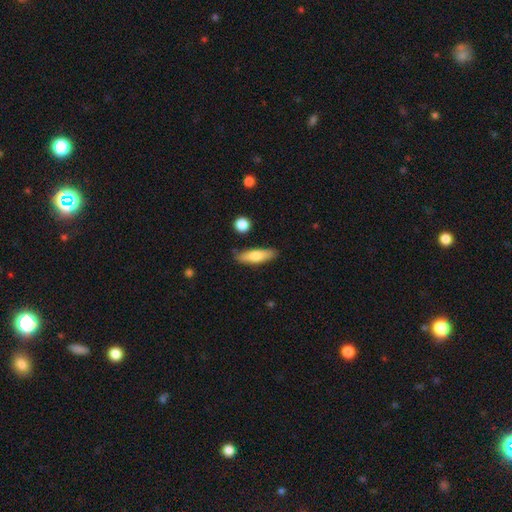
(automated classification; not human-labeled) Q: Smooth or featured?
A: smooth (72%); runner-up: featured or disk (22%)
Q: How rounded?
A: cigar-shaped (56%); runner-up: in between (42%)
Q: Merging?
A: none (82%); runner-up: minor disturbance (13%)